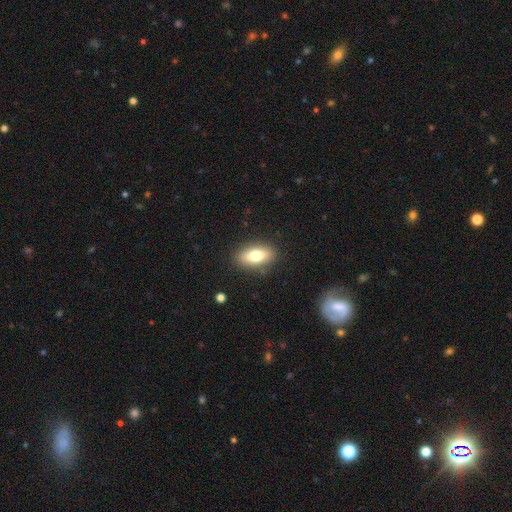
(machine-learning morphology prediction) The model was most divided on "smooth or featured": smooth: 73%, featured or disk: 19%, star or artifact: 7%. More confident: merging — none (87%); how rounded — in between (83%).